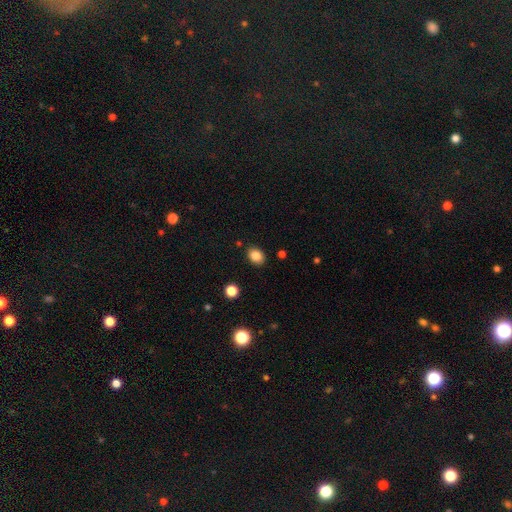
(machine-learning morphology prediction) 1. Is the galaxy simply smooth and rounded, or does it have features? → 85% smooth, 10% star or artifact, 5% featured or disk.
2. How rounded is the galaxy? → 59% in between, 40% round, 1% cigar-shaped.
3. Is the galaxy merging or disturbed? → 87% none, 9% minor disturbance, 2% major disturbance, 2% merger.